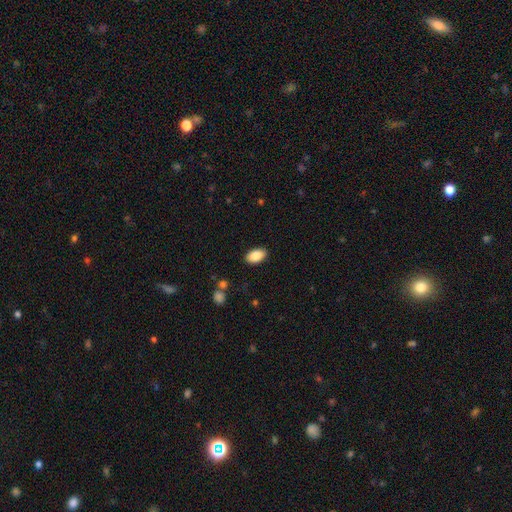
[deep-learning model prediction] smooth 85%, featured or disk 8%, star or artifact 7%. Down the decision tree: how rounded — in between (93%); merging — none (88%).